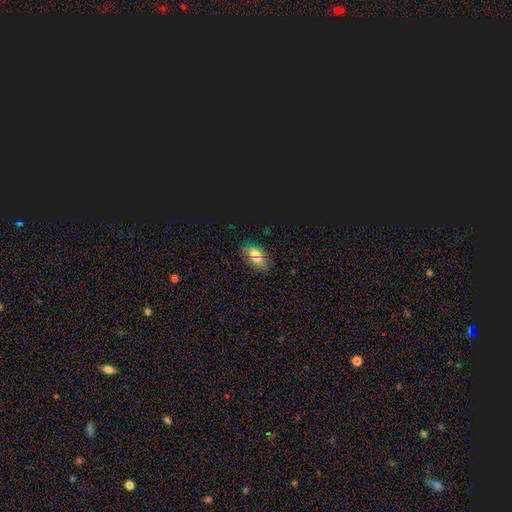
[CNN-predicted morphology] Overall: smooth (58%; star or artifact 26%). How rounded: in between (85%). Merging: none (81%).